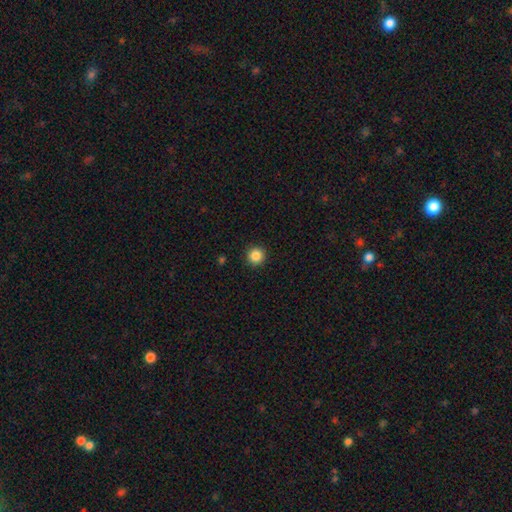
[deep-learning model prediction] Q: Smooth or featured?
A: smooth (86%); runner-up: star or artifact (10%)
Q: How rounded?
A: round (96%); runner-up: in between (3%)
Q: Merging?
A: none (92%); runner-up: minor disturbance (5%)